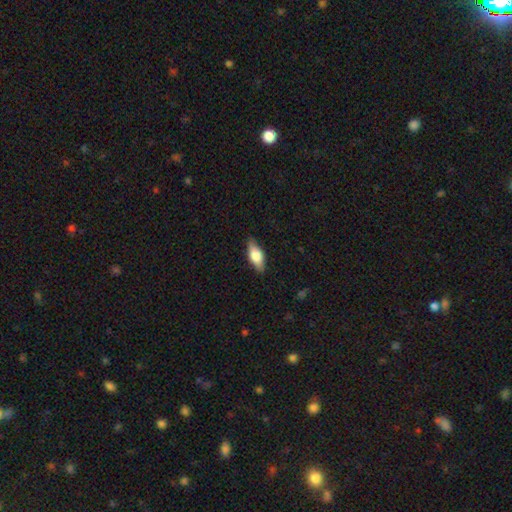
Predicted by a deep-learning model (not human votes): Morphology: type=smooth (65%); roundness=in between (78%); merging=none (85%).